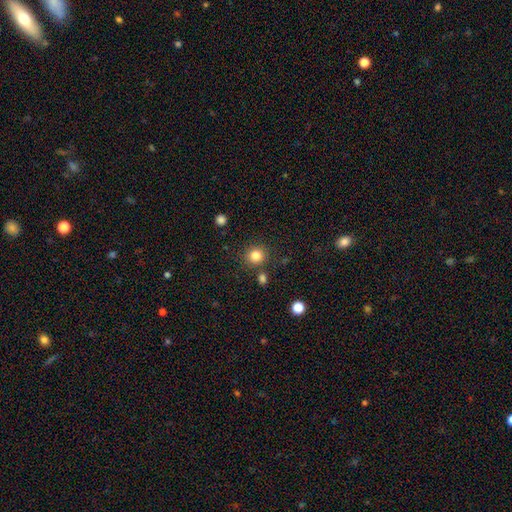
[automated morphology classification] A smooth galaxy with no disk features (83%) that is round (90%).

Vote fractions:
- Smooth or featured? smooth: 83% / star or artifact: 12% / featured or disk: 5%
- How rounded? round: 90% / in between: 9% / cigar-shaped: 1%
- Merging? none: 84% / minor disturbance: 8% / merger: 6% / major disturbance: 3%